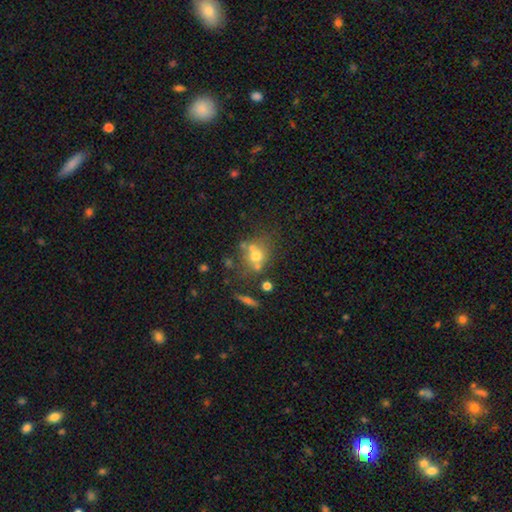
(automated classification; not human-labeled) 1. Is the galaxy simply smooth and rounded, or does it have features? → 61% smooth, 23% featured or disk, 16% star or artifact.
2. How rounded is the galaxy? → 74% round, 25% in between, 1% cigar-shaped.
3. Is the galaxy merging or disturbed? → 50% none, 30% merger, 13% minor disturbance, 7% major disturbance.